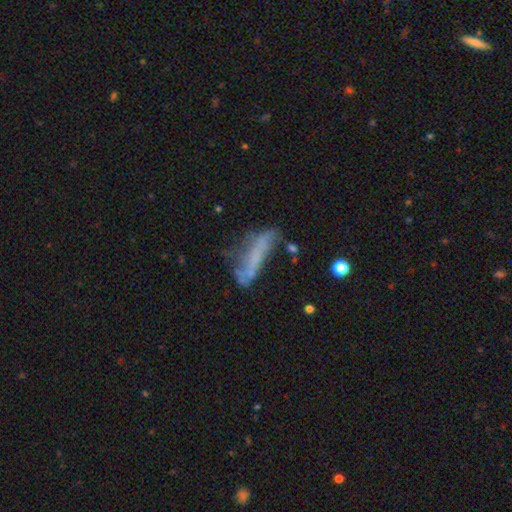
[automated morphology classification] type=featured or disk (46%); merging=none (39%).